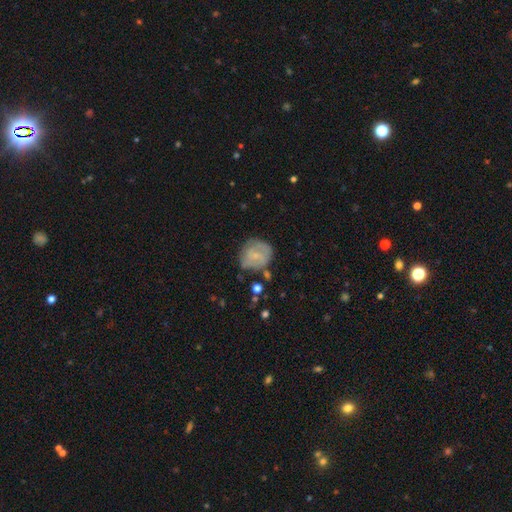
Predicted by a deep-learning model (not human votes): Overall: featured or disk (51%; smooth 42%). Edge-on disk: no (97%). Merging: none (61%; minor disturbance 24%).